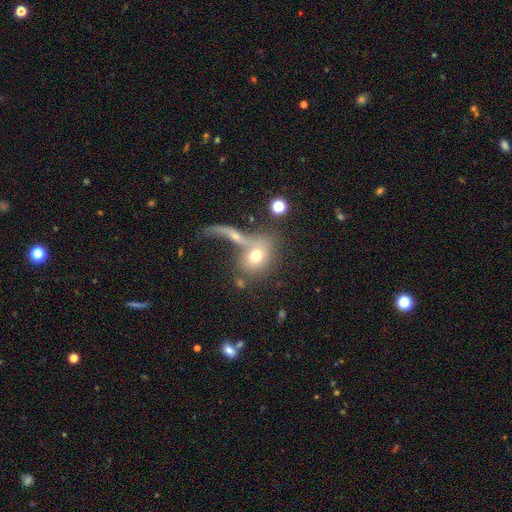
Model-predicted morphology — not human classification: Smooth or featured: smooth — 64% (featured or disk — 24%)
How rounded: round — 56% (in between — 39%)
Merging: merger — 39% (none — 36%)